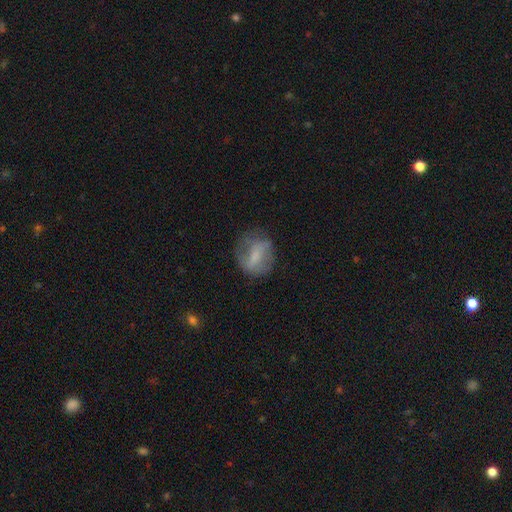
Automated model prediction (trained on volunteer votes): Smooth or featured? Predicted: smooth (p=0.49). Merging? Predicted: none (p=0.63).